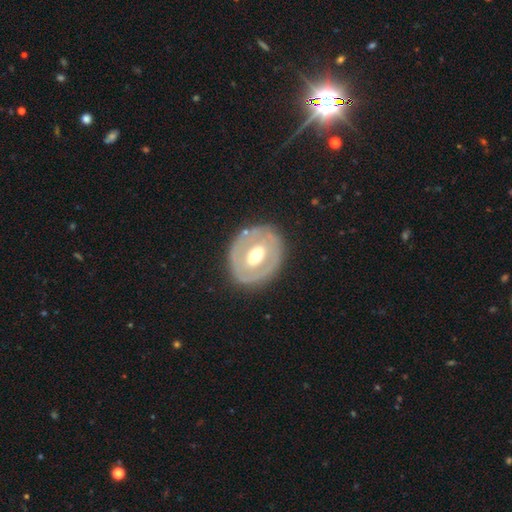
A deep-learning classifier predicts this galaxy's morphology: Overall: featured or disk (60%; smooth 34%). Edge-on disk: no (93%). Bar: no (48%; weak 33%). Spiral arms: no (82%). Bulge size: moderate (70%). Merging: none (77%).